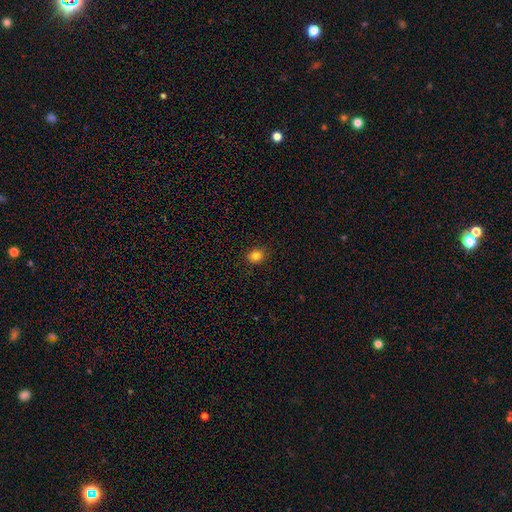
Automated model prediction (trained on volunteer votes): Overall: smooth (83%). How rounded: round (64%; in between 35%). Merging: none (90%).